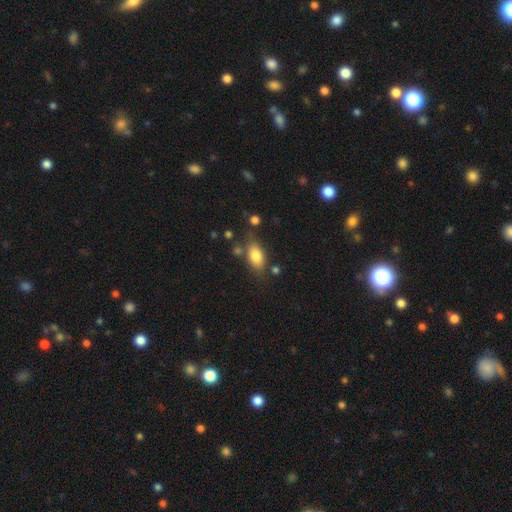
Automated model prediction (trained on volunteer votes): A smooth galaxy with no disk features (81%) that is in between round and cigar-shaped (88%). Merging: none (71%).